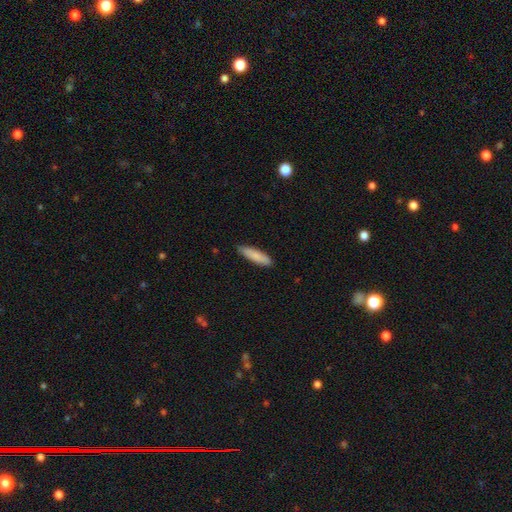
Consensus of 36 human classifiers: Morphology: type=smooth (81%); roundness=cigar-shaped (86%); merging=none (79%).